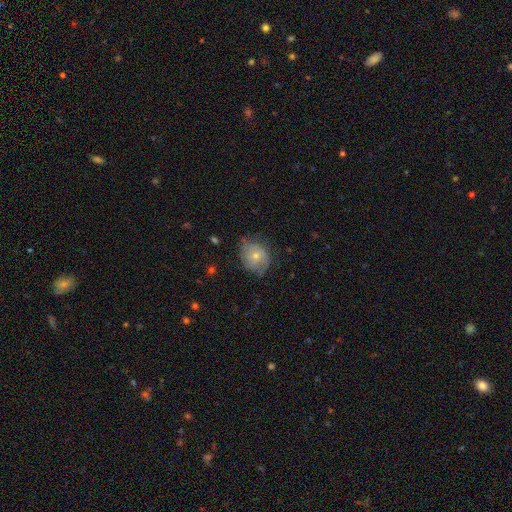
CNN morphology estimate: type=smooth (56%); roundness=round (67%); merging=none (58%).